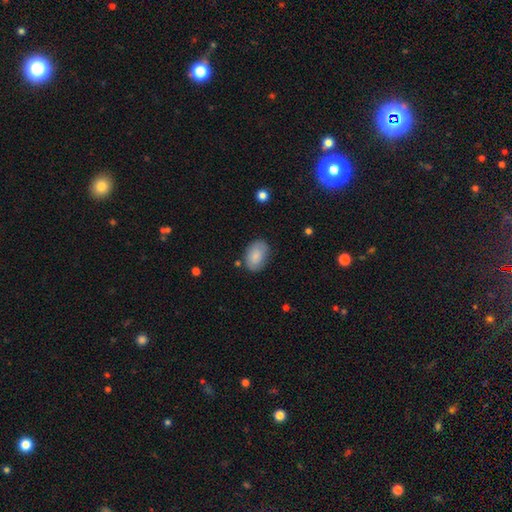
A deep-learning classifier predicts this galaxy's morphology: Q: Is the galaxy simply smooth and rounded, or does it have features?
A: smooth — 82%.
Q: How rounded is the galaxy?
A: in between — 89%.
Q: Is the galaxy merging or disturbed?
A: none — 76%.